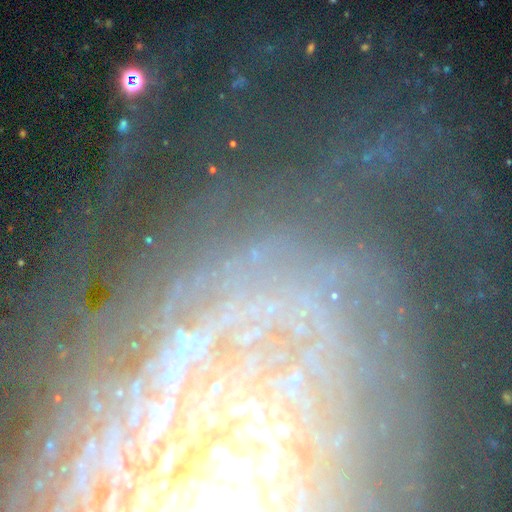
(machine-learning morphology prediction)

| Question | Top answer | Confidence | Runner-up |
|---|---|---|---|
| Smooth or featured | star or artifact | 44% | featured or disk (42%) |